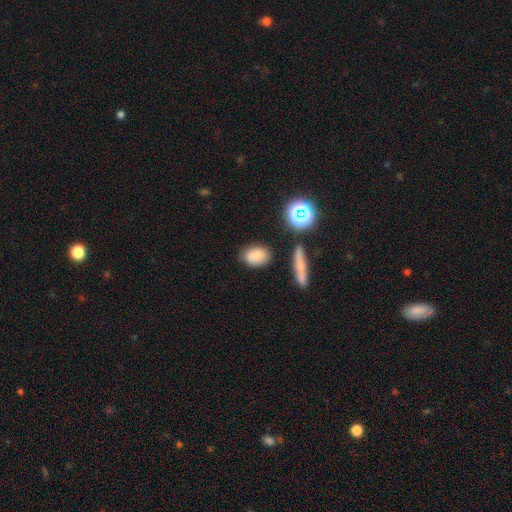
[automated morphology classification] smooth_or_featured: smooth (p=0.81) [alt: star or artifact p=0.11]
how_rounded: in between (p=0.75) [alt: round p=0.22]
merging: none (p=0.81) [alt: minor disturbance p=0.12]